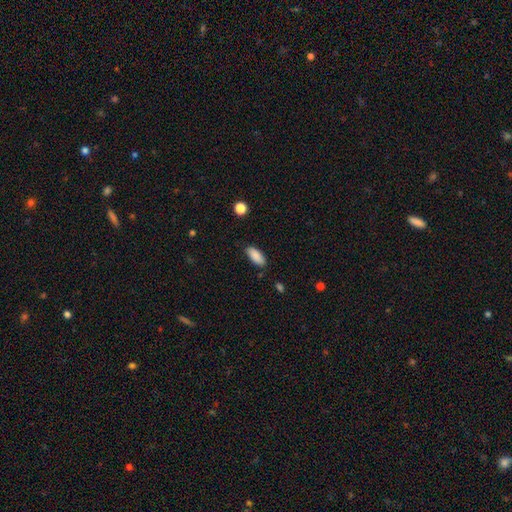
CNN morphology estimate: Smooth or featured?
  - smooth: 89% *
  - star or artifact: 7%
  - featured or disk: 5%
How rounded?
  - in between: 83% *
  - cigar-shaped: 15%
  - round: 2%
Merging?
  - none: 85% *
  - minor disturbance: 11%
  - major disturbance: 2%
  - merger: 2%